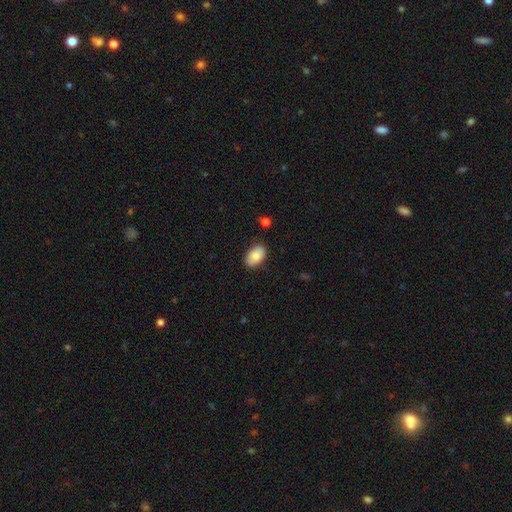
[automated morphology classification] This is clearly a smooth galaxy (84%). How rounded: clearly in between (93%). Merging: clearly none (85%).